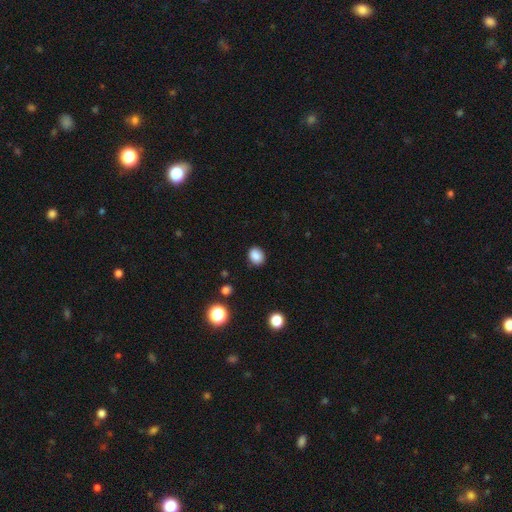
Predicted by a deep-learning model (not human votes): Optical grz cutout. It shows a smooth galaxy with no disk features (86%) that is round (53%). Merging: none (86%).